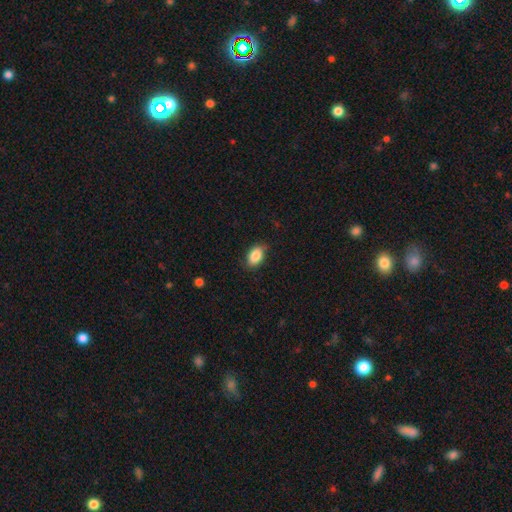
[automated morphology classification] type=smooth (87%); roundness=in between (88%); merging=none (80%).